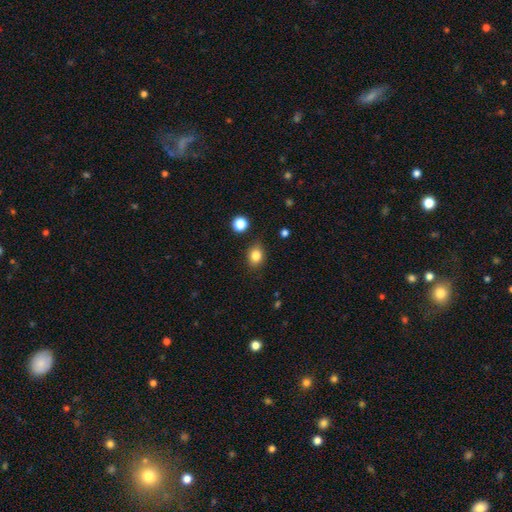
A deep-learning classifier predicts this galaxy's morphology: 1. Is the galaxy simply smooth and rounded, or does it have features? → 83% smooth, 11% star or artifact, 6% featured or disk.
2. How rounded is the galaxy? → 51% round, 48% in between, 1% cigar-shaped.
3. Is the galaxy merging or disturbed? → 84% none, 11% minor disturbance, 3% major disturbance, 2% merger.